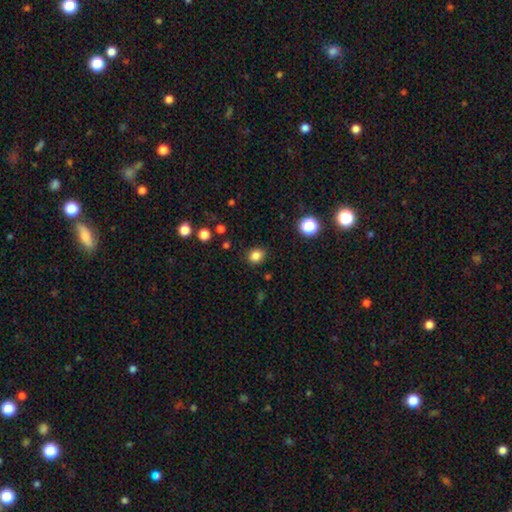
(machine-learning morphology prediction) smooth_or_featured: smooth (p=0.84) [alt: star or artifact p=0.12]
how_rounded: round (p=0.74) [alt: in between p=0.25]
merging: none (p=0.87) [alt: minor disturbance p=0.09]